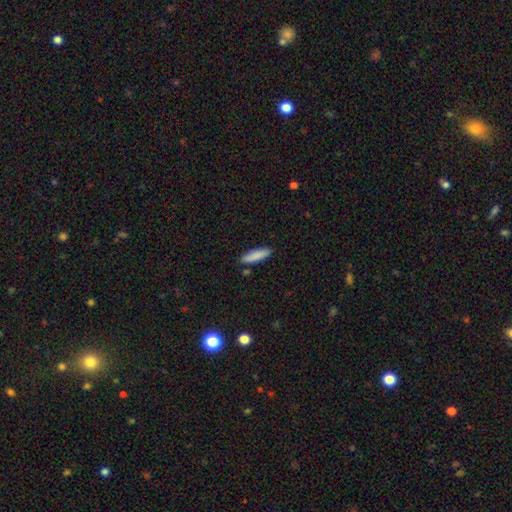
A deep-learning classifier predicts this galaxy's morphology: Overall: smooth (86%). How rounded: cigar-shaped (70%). Merging: none (87%).